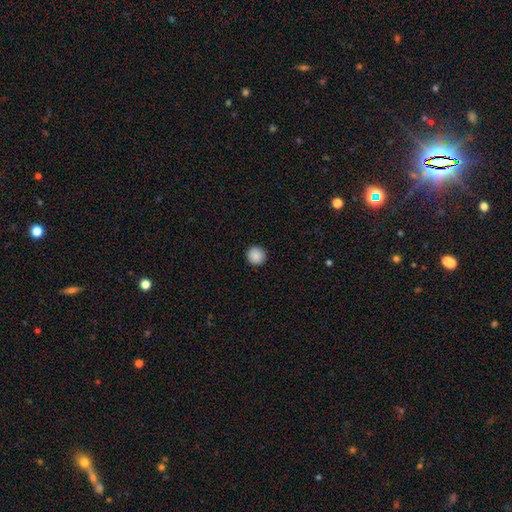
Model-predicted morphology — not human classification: A smooth galaxy with no disk features (88%) that is round (95%). Merging: none (93%).